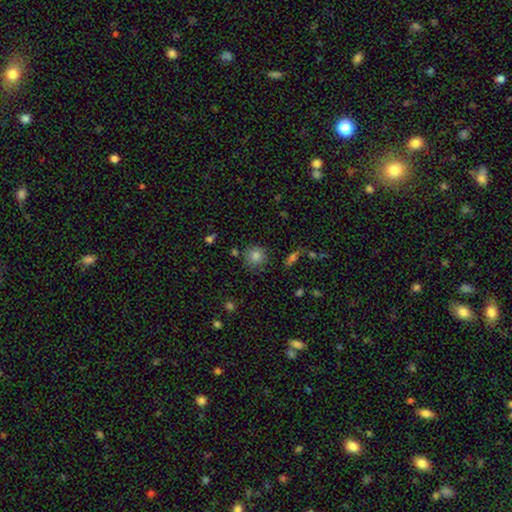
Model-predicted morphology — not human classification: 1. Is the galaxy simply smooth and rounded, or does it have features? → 82% smooth, 11% star or artifact, 7% featured or disk.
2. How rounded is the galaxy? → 91% round, 8% in between, 1% cigar-shaped.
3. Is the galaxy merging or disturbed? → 79% none, 13% minor disturbance, 5% merger, 4% major disturbance.